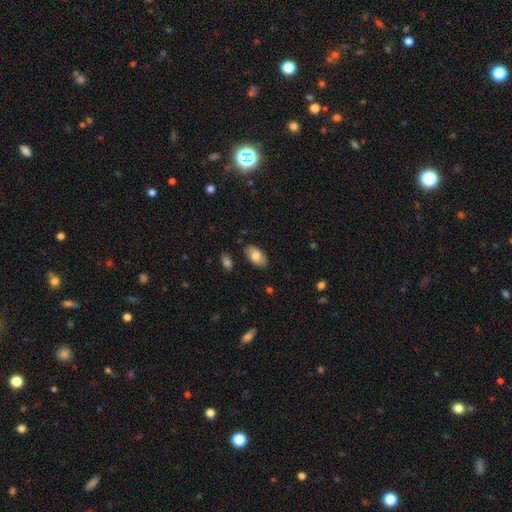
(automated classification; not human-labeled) Q: Smooth or featured?
A: smooth (74%); runner-up: featured or disk (19%)
Q: How rounded?
A: in between (94%); runner-up: round (4%)
Q: Merging?
A: none (83%); runner-up: minor disturbance (13%)